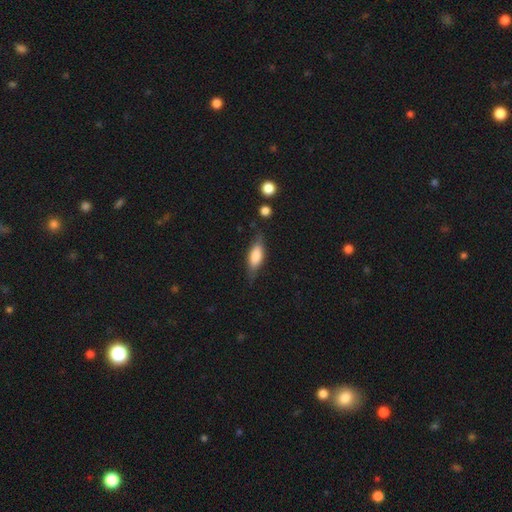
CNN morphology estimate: This appears to be a smooth galaxy with no disk features (64%) that is in between round and cigar-shaped (65%). Merging: none (70%).